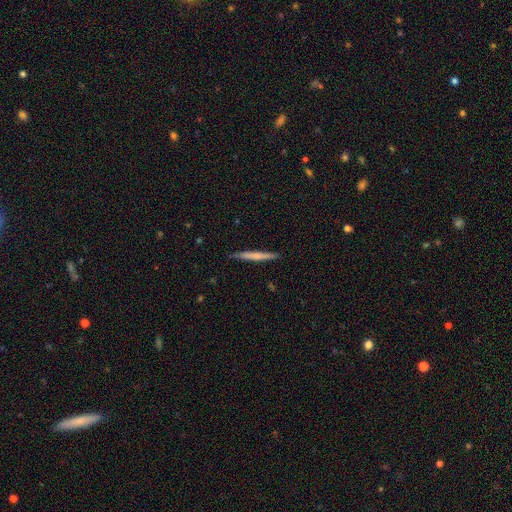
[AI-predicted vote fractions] smooth-or-featured: smooth: 56% | featured or disk: 39% | star or artifact: 5%
  how-rounded: cigar-shaped: 96% | in between: 2% | round: 1%
  merging: none: 89% | minor disturbance: 8% | major disturbance: 1% | merger: 1%